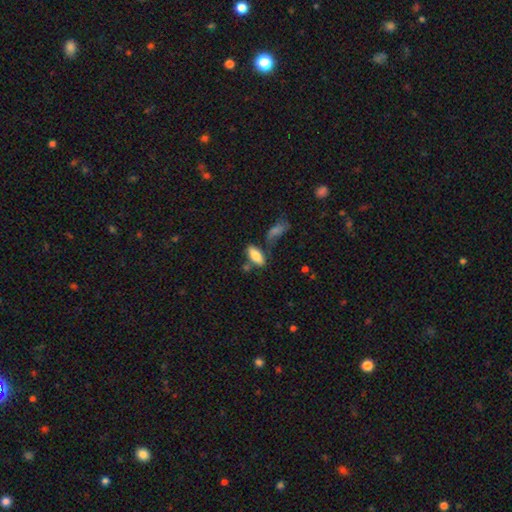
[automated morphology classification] type=smooth (80%); roundness=in between (83%); merging=none (62%).